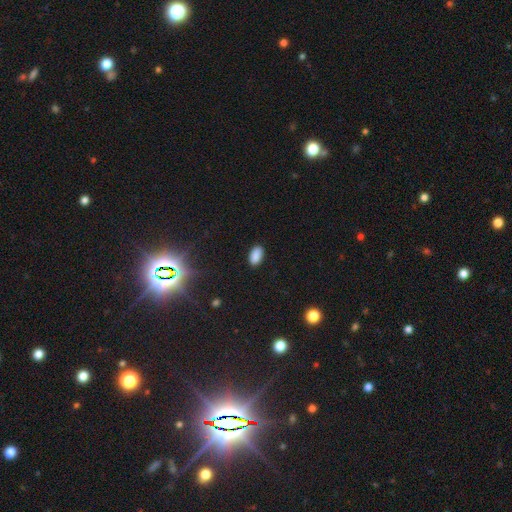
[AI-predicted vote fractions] Smooth or featured: smooth — 87% (star or artifact — 10%)
How rounded: in between — 94% (round — 4%)
Merging: none — 87% (minor disturbance — 10%)